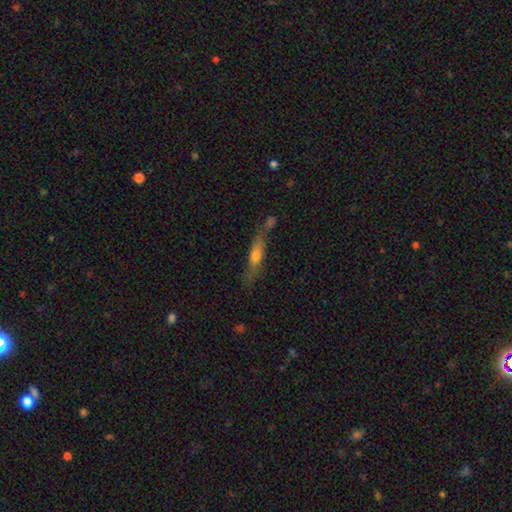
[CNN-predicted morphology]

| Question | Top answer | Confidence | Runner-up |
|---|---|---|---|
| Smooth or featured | featured or disk | 49% | smooth (43%) |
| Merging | none | 60% | minor disturbance (19%) |